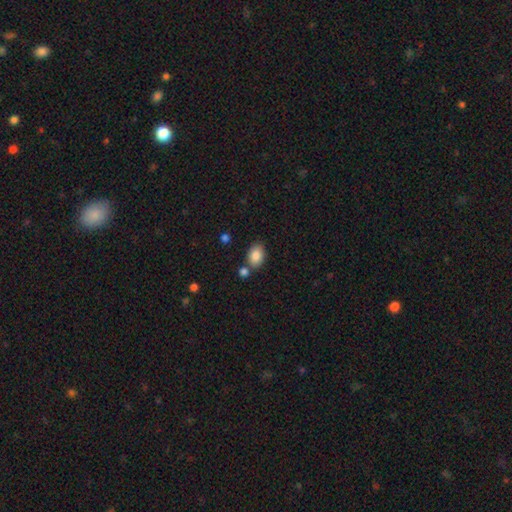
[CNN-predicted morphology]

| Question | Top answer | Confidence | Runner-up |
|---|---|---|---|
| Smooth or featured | smooth | 86% | star or artifact (8%) |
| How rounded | in between | 81% | round (17%) |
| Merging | none | 69% | merger (15%) |